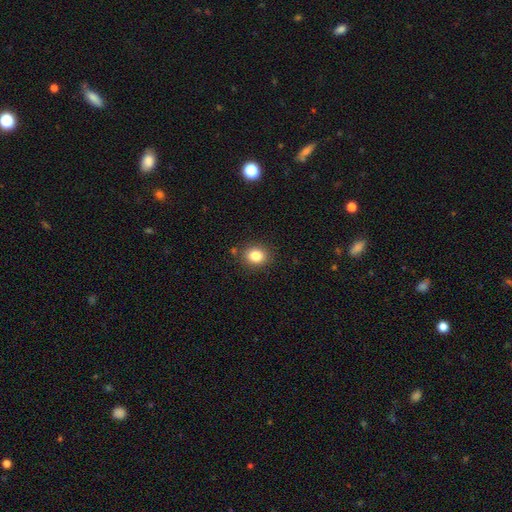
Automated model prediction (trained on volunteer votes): This appears to be a smooth galaxy with no disk features (84%) that is round (60%). Merging: none (85%).